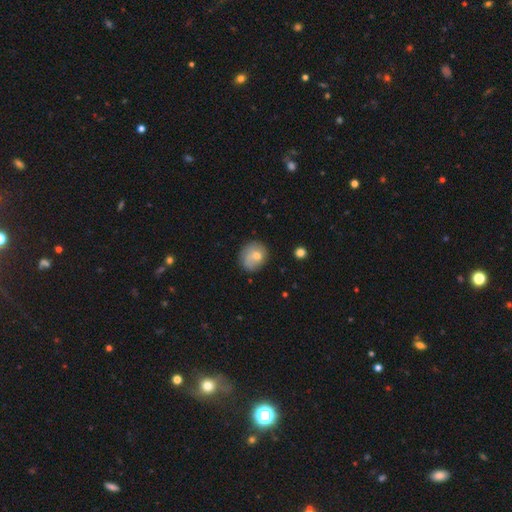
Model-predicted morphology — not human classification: smooth-or-featured: smooth: 68% | featured or disk: 23% | star or artifact: 9%
  how-rounded: round: 71% | in between: 28% | cigar-shaped: 1%
  merging: none: 57% | minor disturbance: 26% | major disturbance: 10% | merger: 6%